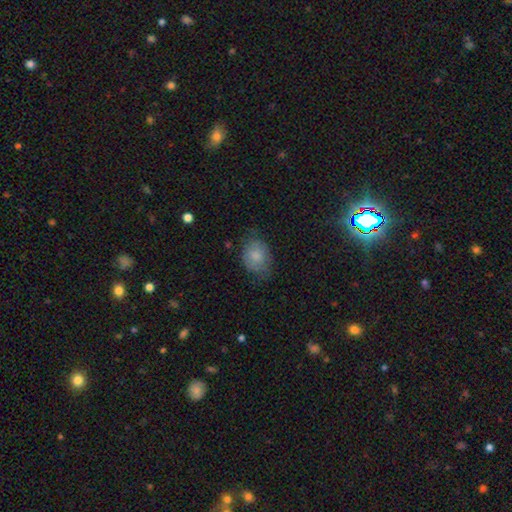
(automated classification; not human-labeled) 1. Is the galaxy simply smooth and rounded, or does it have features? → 76% smooth, 15% featured or disk, 8% star or artifact.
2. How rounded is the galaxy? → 64% in between, 35% round, 1% cigar-shaped.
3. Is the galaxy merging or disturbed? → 60% none, 28% minor disturbance, 10% major disturbance, 2% merger.